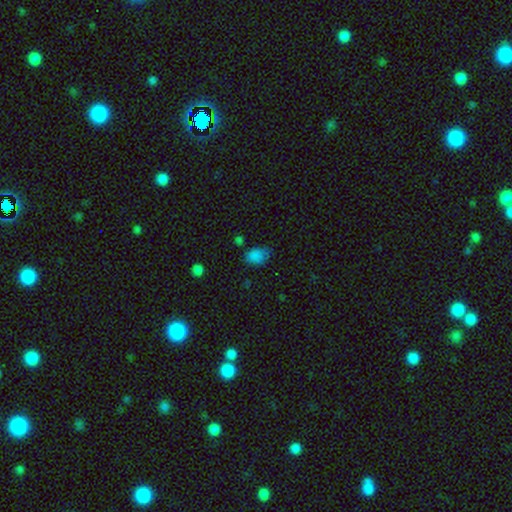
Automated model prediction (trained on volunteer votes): Smooth or featured? smooth (81%)
How rounded? in between (81%)
Merging? none (50%)